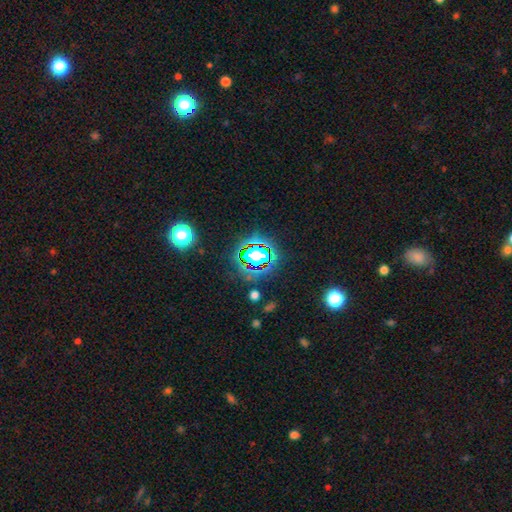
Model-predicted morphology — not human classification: Smooth or featured? Predicted: star or artifact (p=0.76).